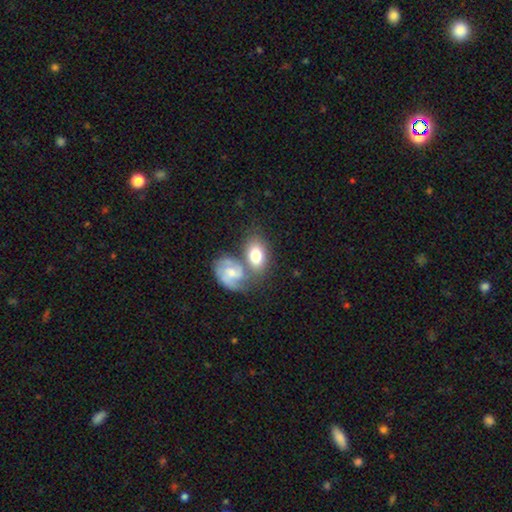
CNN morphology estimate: type=smooth (64%); roundness=in between (79%); merging=merger (41%).